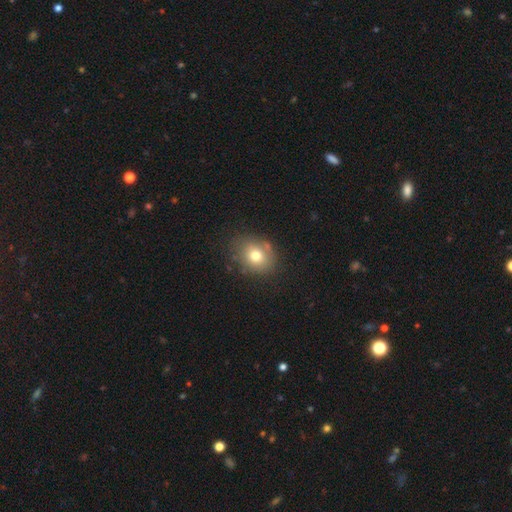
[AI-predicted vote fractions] smooth 74%, featured or disk 14%, star or artifact 12%. Down the decision tree: how rounded — round (56%); merging — none (73%).